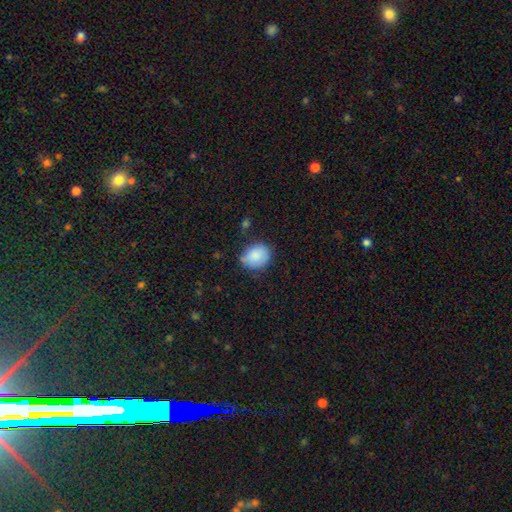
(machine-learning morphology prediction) This is clearly a smooth galaxy (86%). How rounded: possibly round (54%). Merging: likely none (67%).